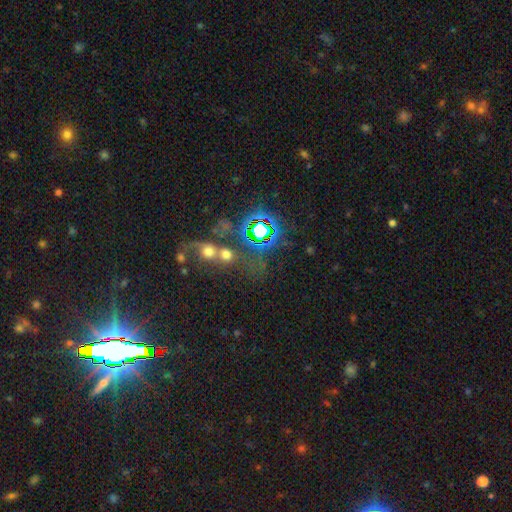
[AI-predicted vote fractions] A star or artifact, not a galaxy (71%).

Vote fractions:
- Smooth or featured? star or artifact: 71% / smooth: 16% / featured or disk: 13%